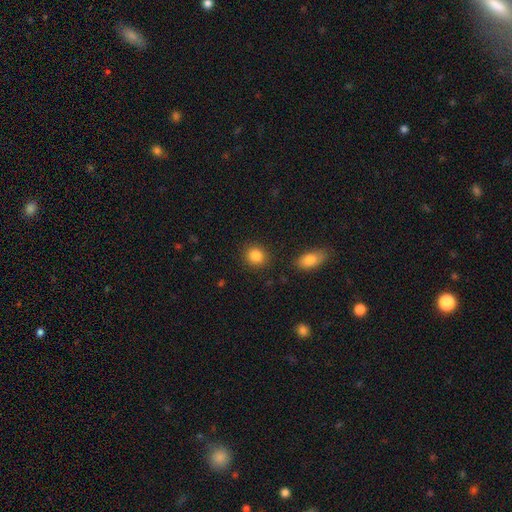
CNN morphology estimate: Q: Smooth or featured?
A: smooth (86%); runner-up: star or artifact (9%)
Q: How rounded?
A: round (81%); runner-up: in between (18%)
Q: Merging?
A: none (88%); runner-up: minor disturbance (7%)